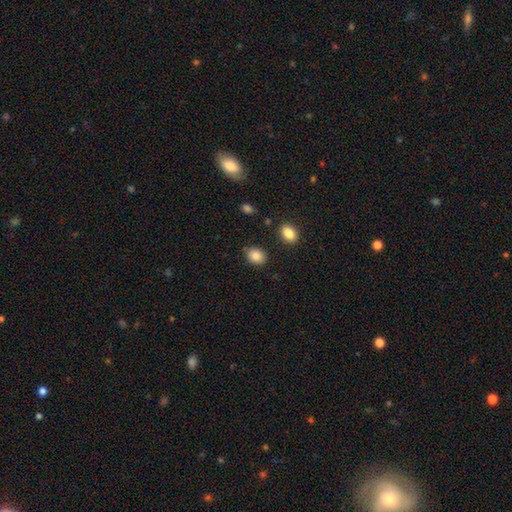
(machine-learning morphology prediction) smooth-or-featured: smooth: 86% | star or artifact: 8% | featured or disk: 5%
  how-rounded: in between: 55% | round: 44% | cigar-shaped: 1%
  merging: none: 84% | minor disturbance: 10% | merger: 3% | major disturbance: 3%